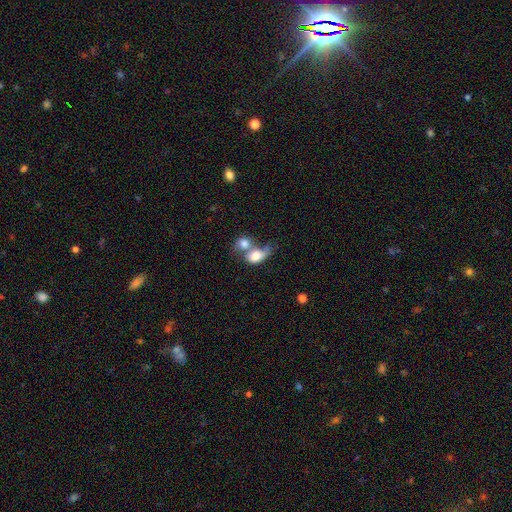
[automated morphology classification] Smooth or featured: smooth — 72% (featured or disk — 20%)
How rounded: in between — 69% (round — 29%)
Merging: merger — 73% (none — 11%)